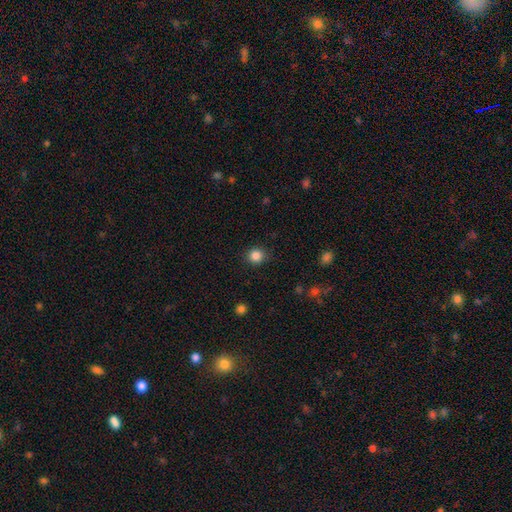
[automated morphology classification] This is clearly a smooth galaxy (85%). How rounded: clearly round (90%). Merging: clearly none (89%).